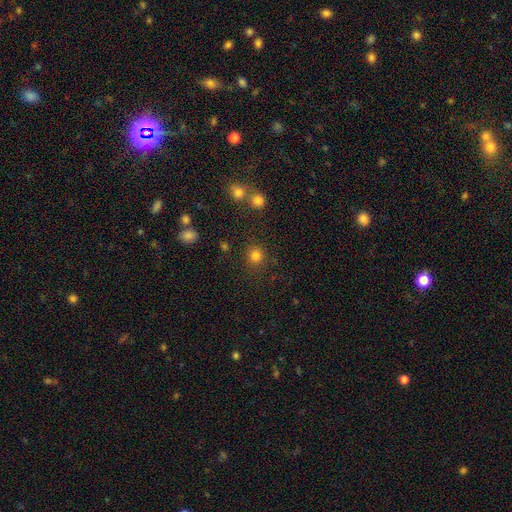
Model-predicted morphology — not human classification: smooth_or_featured: smooth (p=0.80) [alt: star or artifact p=0.15]
how_rounded: round (p=0.89) [alt: in between p=0.10]
merging: none (p=0.82) [alt: minor disturbance p=0.08]